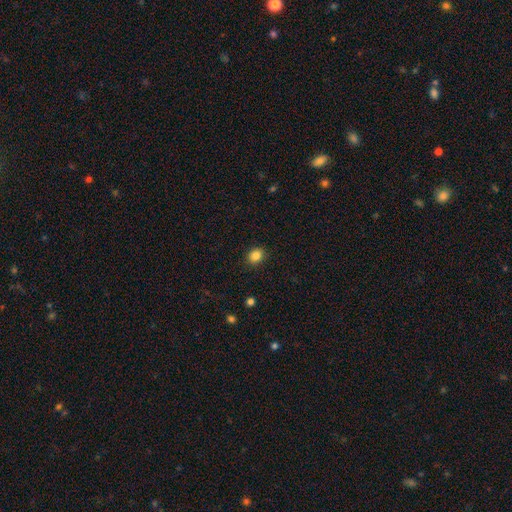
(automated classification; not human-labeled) This is clearly a smooth galaxy (85%). How rounded: possibly round (55%). Merging: clearly none (89%).